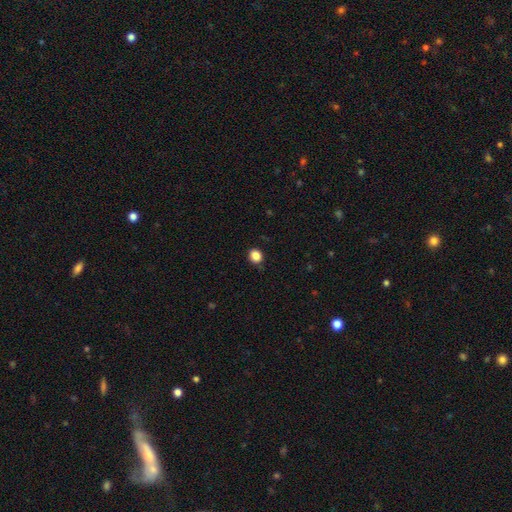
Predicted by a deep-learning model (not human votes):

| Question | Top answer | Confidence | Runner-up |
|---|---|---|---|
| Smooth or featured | smooth | 86% | star or artifact (11%) |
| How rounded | round | 76% | in between (23%) |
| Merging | none | 87% | minor disturbance (10%) |